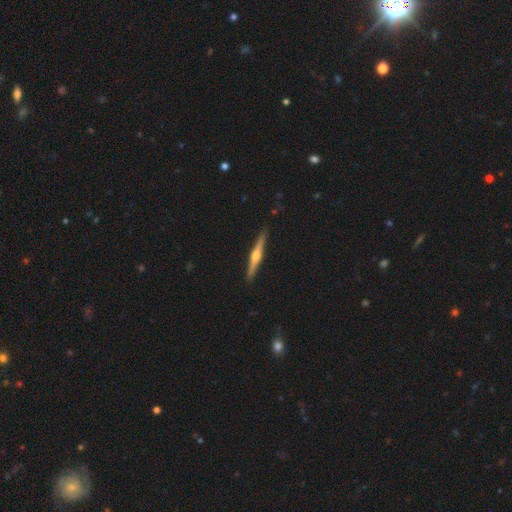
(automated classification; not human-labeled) Overall: featured or disk (74%). Edge-on disk: yes (98%). Edge-on bulge: rounded (93%). Merging: none (91%).